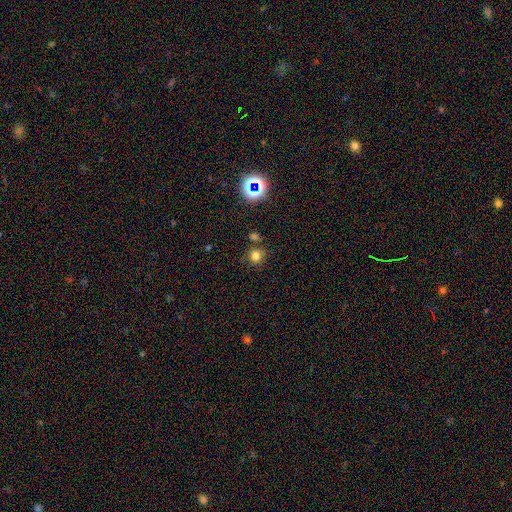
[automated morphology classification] smooth 74%, star or artifact 19%, featured or disk 7%. Down the decision tree: how rounded — round (87%); merging — none (72%).